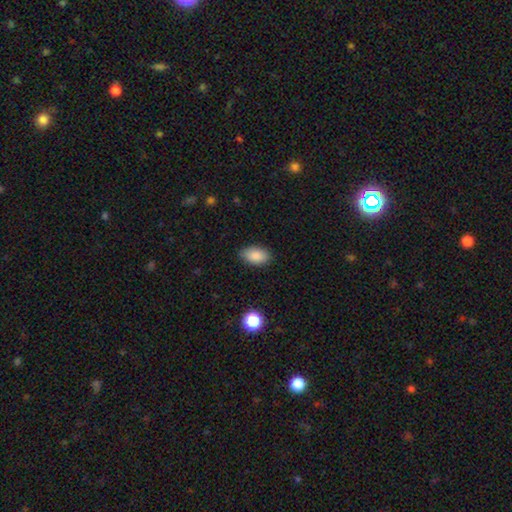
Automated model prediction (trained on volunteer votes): Overall: smooth (88%). How rounded: in between (92%). Merging: none (85%).